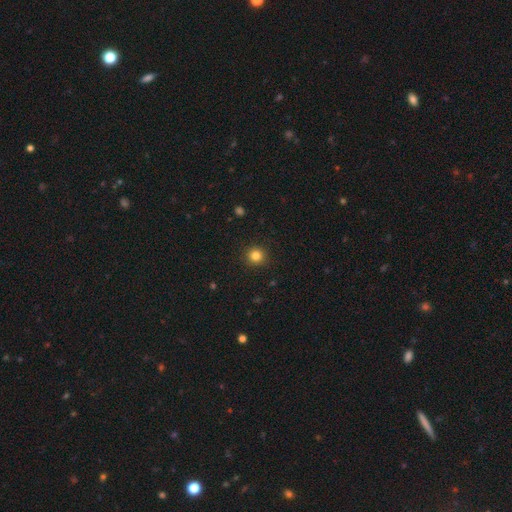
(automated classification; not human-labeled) A smooth galaxy with no disk features (83%) that is round (94%).

Vote fractions:
- Smooth or featured? smooth: 83% / star or artifact: 12% / featured or disk: 5%
- How rounded? round: 94% / in between: 5% / cigar-shaped: 1%
- Merging? none: 92% / minor disturbance: 5% / major disturbance: 2% / merger: 1%